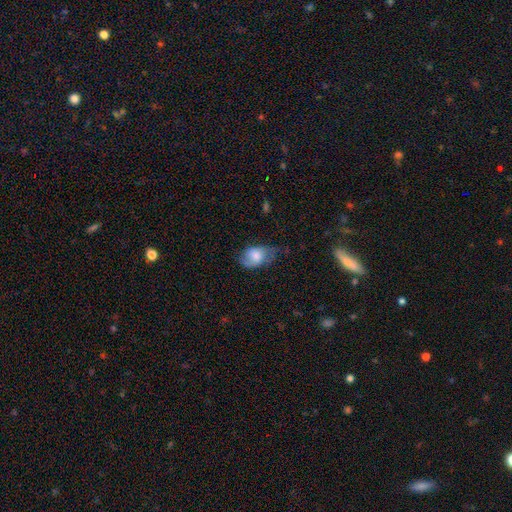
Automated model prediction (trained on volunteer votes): This is likely a smooth galaxy (63%). How rounded: clearly in between (84%). Merging: marginally none (40%).